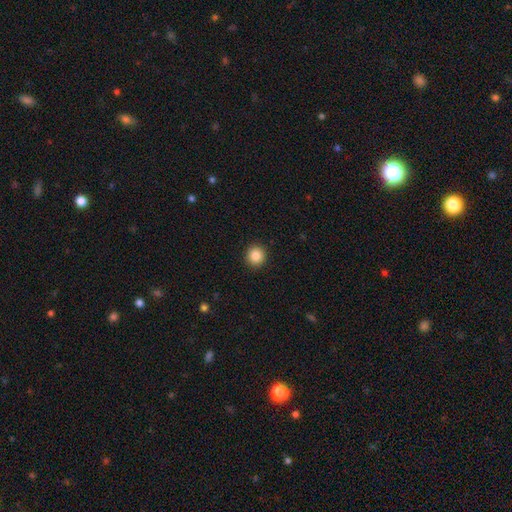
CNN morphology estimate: type=smooth (86%); roundness=round (94%); merging=none (93%).